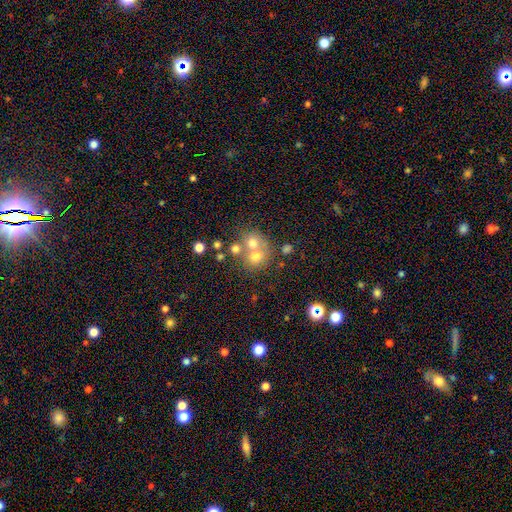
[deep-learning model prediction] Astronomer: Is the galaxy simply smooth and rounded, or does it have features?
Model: smooth — 60%.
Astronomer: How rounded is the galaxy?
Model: round — 77%.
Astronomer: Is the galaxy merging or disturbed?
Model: merger — 51% (runner-up: none, 37%).